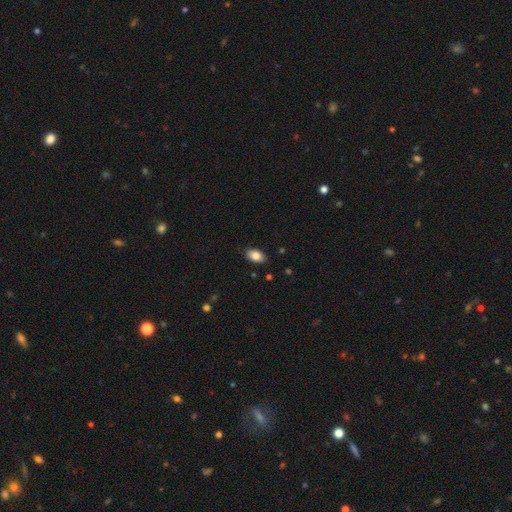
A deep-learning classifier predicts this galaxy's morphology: This is clearly a smooth galaxy (83%). How rounded: clearly in between (92%). Merging: clearly none (86%).